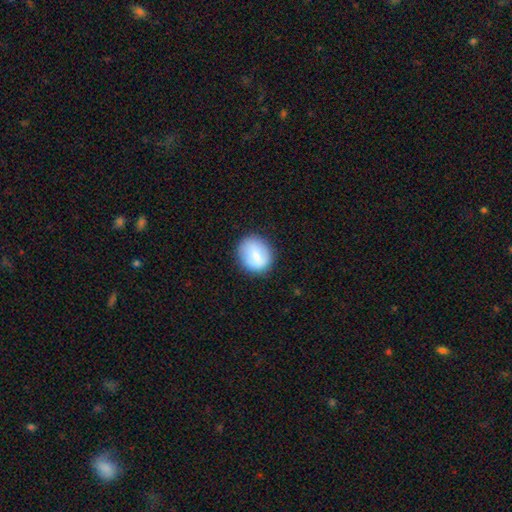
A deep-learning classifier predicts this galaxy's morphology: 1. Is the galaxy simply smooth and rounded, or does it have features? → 79% smooth, 13% featured or disk, 7% star or artifact.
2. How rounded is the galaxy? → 69% round, 30% in between, 1% cigar-shaped.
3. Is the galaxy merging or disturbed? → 81% none, 13% minor disturbance, 4% major disturbance, 1% merger.